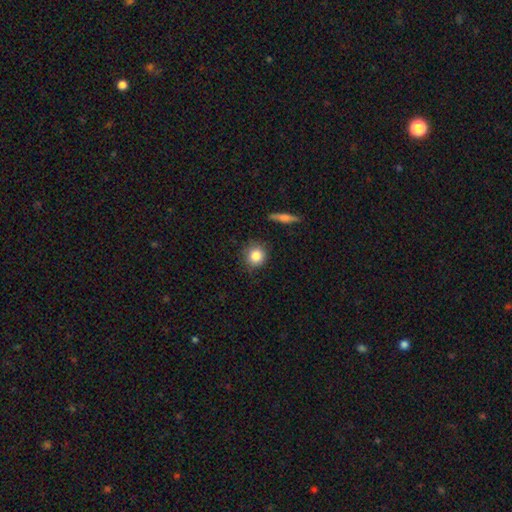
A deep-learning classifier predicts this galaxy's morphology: smooth_or_featured: smooth (p=0.83) [alt: star or artifact p=0.09]
how_rounded: round (p=0.88) [alt: in between p=0.10]
merging: none (p=0.82) [alt: minor disturbance p=0.13]